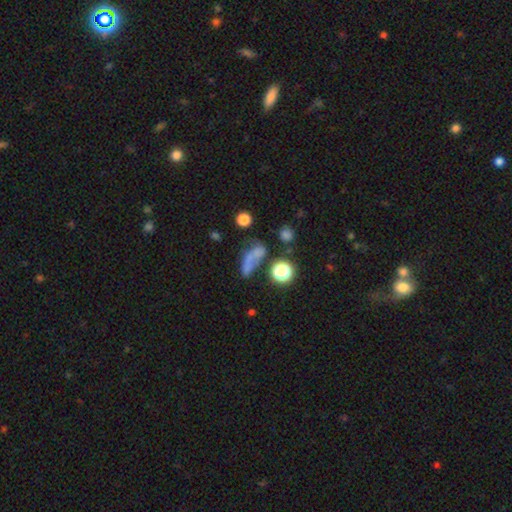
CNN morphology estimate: smooth-or-featured: smooth: 48% | star or artifact: 28% | featured or disk: 24%
  merging: none: 38% | major disturbance: 23% | merger: 21% | minor disturbance: 18%